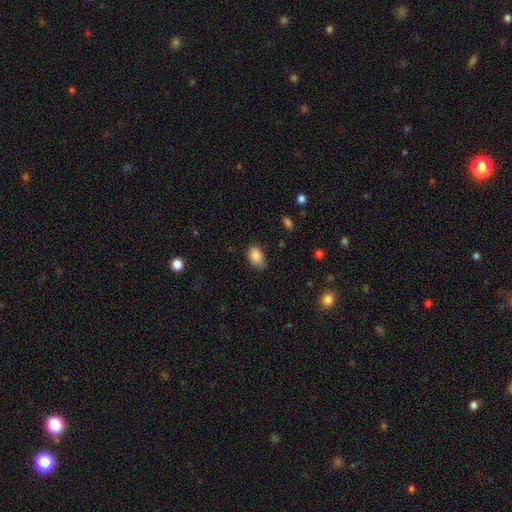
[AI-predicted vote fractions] Smooth or featured? Predicted: smooth (p=0.87). How rounded? Predicted: in between (p=0.88). Merging? Predicted: none (p=0.76).